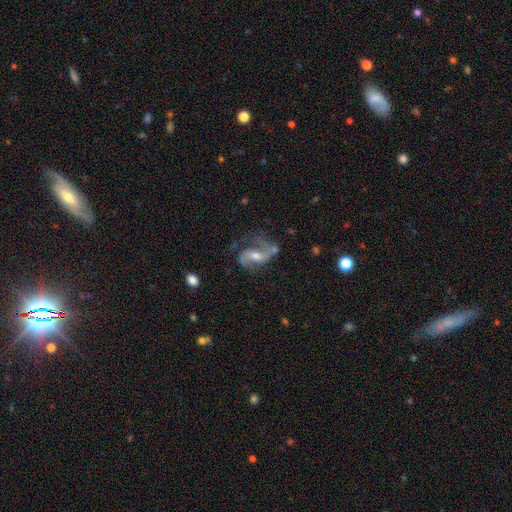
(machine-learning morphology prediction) Smooth or featured? Predicted: featured or disk (p=0.86). Edge-on disk? Predicted: no (p=0.97). Bar? Predicted: weak (p=0.43). Spiral arms? Predicted: yes (p=0.96). Spiral winding? Predicted: loose (p=0.46). Spiral arm count? Predicted: 2 (p=0.89). Bulge size? Predicted: moderate (p=0.57). Merging? Predicted: none (p=0.60).